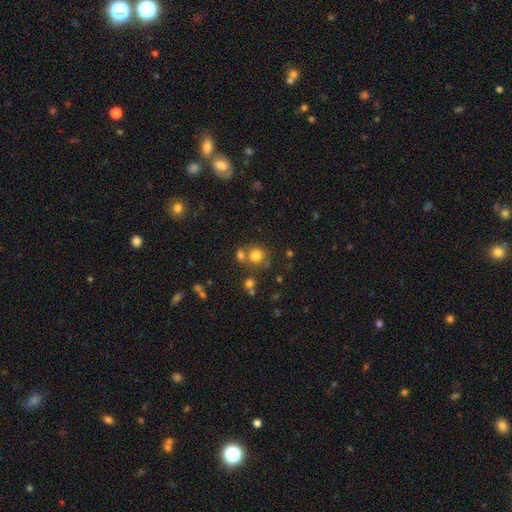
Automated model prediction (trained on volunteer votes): Overall: smooth (77%). How rounded: round (87%). Merging: none (61%; merger 25%).